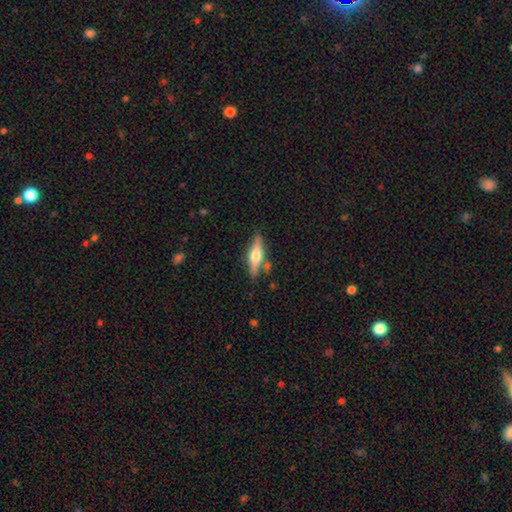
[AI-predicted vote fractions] A featured or disk galaxy (52%) viewed edge-on (93%). Merging: none (77%).